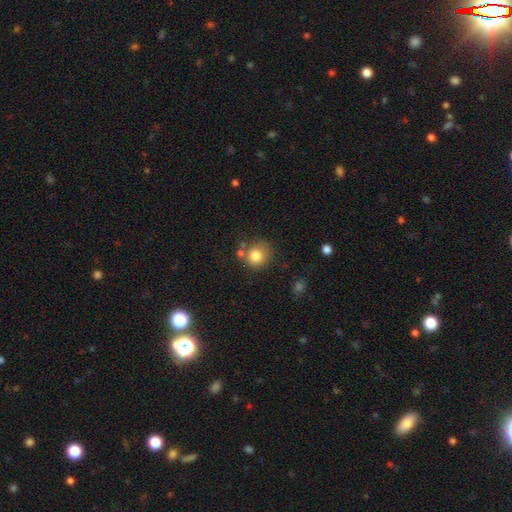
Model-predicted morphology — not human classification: Overall: smooth (80%). How rounded: round (84%). Merging: none (66%).